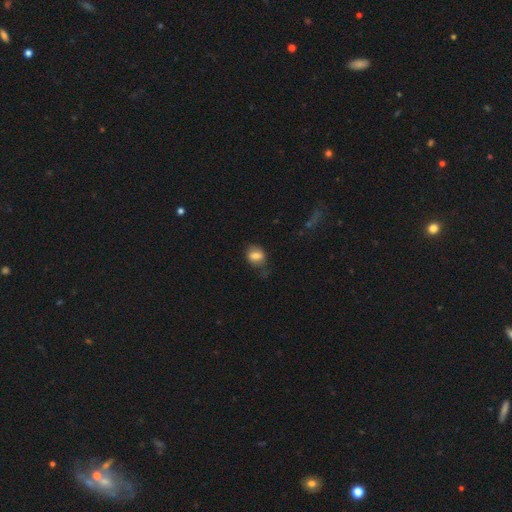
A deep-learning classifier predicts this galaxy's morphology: Smooth or featured? smooth (76%)
How rounded? in between (61%)
Merging? none (55%)